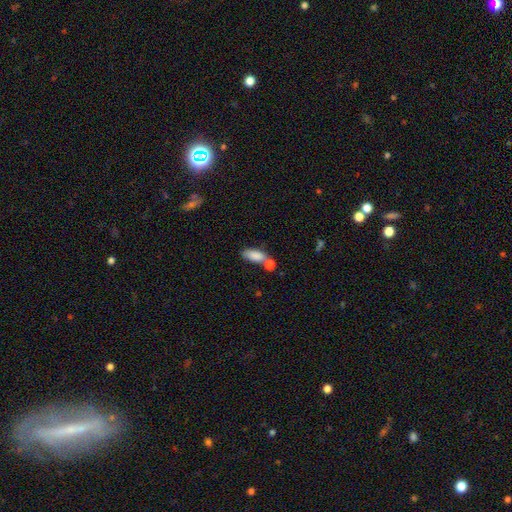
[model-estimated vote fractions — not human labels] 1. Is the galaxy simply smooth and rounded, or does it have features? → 84% smooth, 8% star or artifact, 8% featured or disk.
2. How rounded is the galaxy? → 80% in between, 17% cigar-shaped, 4% round.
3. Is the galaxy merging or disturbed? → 50% none, 30% merger, 15% minor disturbance, 6% major disturbance.